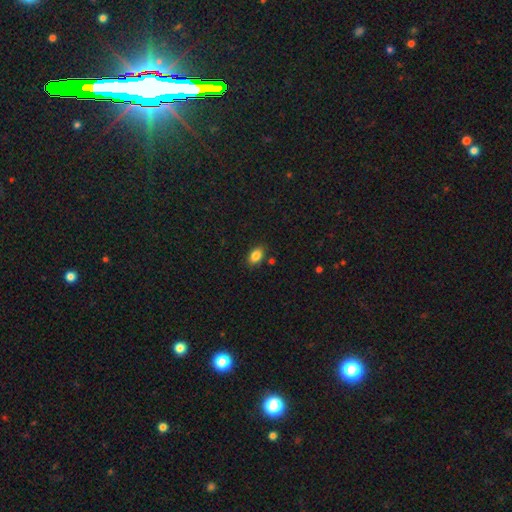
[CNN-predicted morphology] smooth-or-featured: smooth: 86% | star or artifact: 9% | featured or disk: 5%
  how-rounded: in between: 84% | round: 14% | cigar-shaped: 2%
  merging: none: 83% | minor disturbance: 12% | merger: 3% | major disturbance: 3%